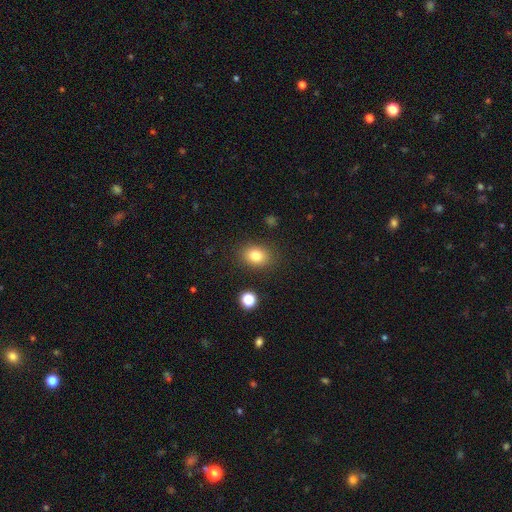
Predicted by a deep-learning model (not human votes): Smooth or featured? Predicted: smooth (p=0.81). How rounded? Predicted: in between (p=0.62). Merging? Predicted: none (p=0.85).